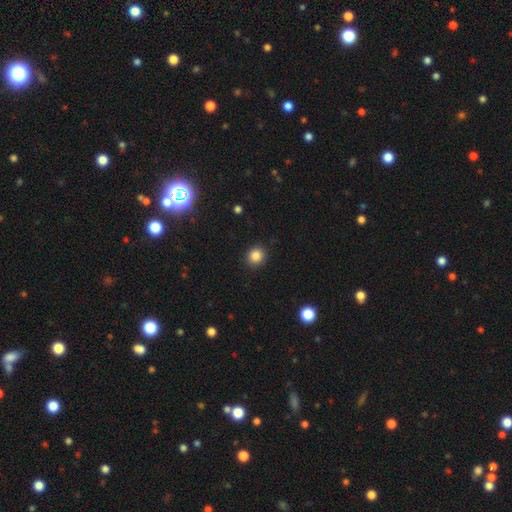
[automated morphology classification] Overall: smooth (85%). How rounded: round (87%). Merging: none (90%).